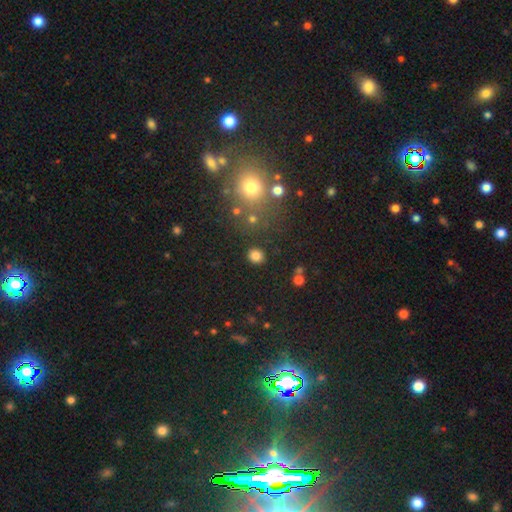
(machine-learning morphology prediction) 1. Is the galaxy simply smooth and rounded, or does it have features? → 82% smooth, 13% star or artifact, 5% featured or disk.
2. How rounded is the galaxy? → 79% round, 20% in between, 1% cigar-shaped.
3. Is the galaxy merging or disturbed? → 88% none, 7% minor disturbance, 3% major disturbance, 3% merger.